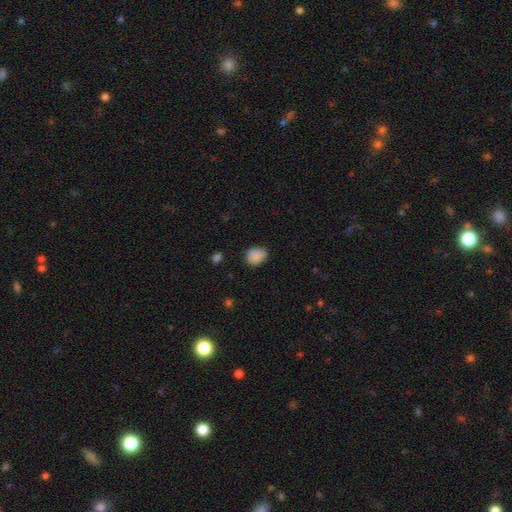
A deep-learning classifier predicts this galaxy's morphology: smooth_or_featured: smooth (p=0.88) [alt: star or artifact p=0.09]
how_rounded: round (p=0.52) [alt: in between p=0.47]
merging: none (p=0.78) [alt: minor disturbance p=0.18]